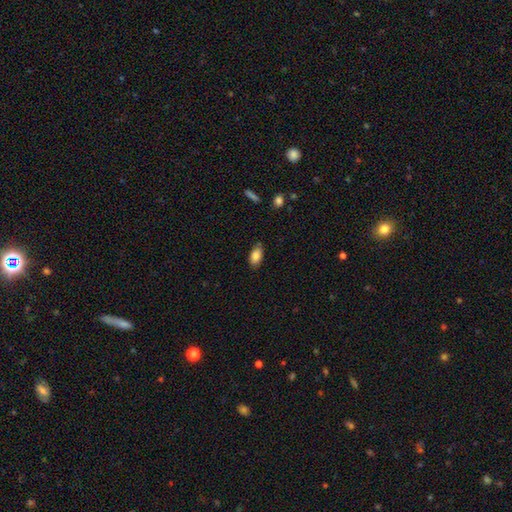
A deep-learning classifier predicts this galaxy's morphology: This is clearly a smooth galaxy (84%). How rounded: clearly in between (91%). Merging: clearly none (83%).